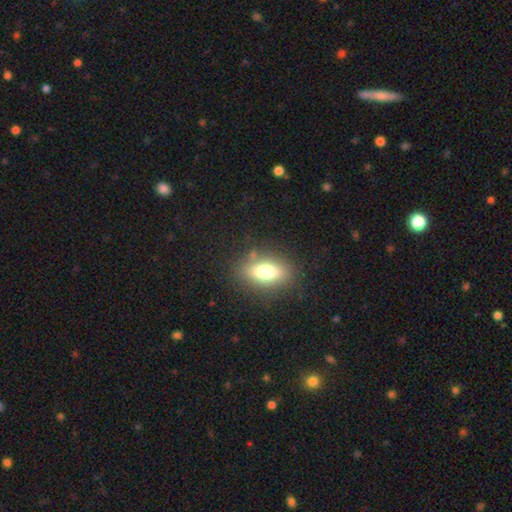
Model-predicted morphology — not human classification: Smooth or featured? smooth (64%)
How rounded? in between (75%)
Merging? none (83%)